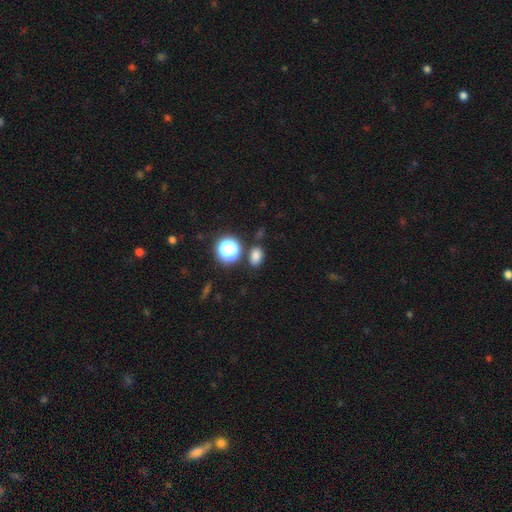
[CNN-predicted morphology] Smooth or featured? Predicted: smooth (p=0.77). How rounded? Predicted: in between (p=0.69). Merging? Predicted: none (p=0.79).